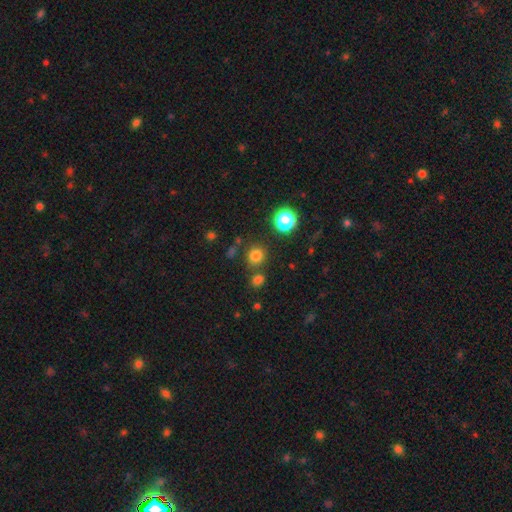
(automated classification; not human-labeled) smooth_or_featured: smooth (p=0.77) [alt: star or artifact p=0.18]
how_rounded: round (p=0.88) [alt: in between p=0.11]
merging: none (p=0.79) [alt: merger p=0.09]